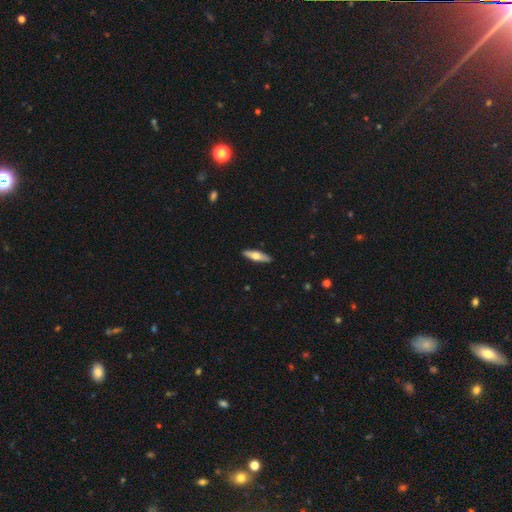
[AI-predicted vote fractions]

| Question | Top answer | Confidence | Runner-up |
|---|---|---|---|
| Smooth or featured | smooth | 53% | featured or disk (41%) |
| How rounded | cigar-shaped | 66% | in between (32%) |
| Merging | none | 90% | minor disturbance (7%) |